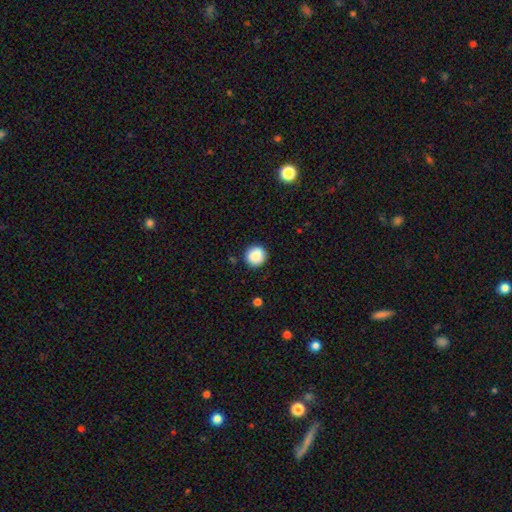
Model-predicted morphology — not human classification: Smooth or featured?
  - smooth: 88% *
  - star or artifact: 8%
  - featured or disk: 4%
How rounded?
  - round: 94% *
  - in between: 5%
  - cigar-shaped: 1%
Merging?
  - none: 90% *
  - minor disturbance: 7%
  - major disturbance: 2%
  - merger: 1%